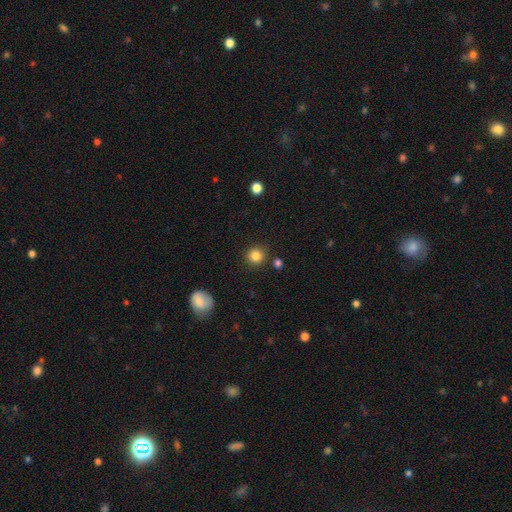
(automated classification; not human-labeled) Smooth or featured?
  - smooth: 85% *
  - star or artifact: 11%
  - featured or disk: 5%
How rounded?
  - round: 92% *
  - in between: 7%
  - cigar-shaped: 1%
Merging?
  - none: 86% *
  - minor disturbance: 7%
  - merger: 4%
  - major disturbance: 3%